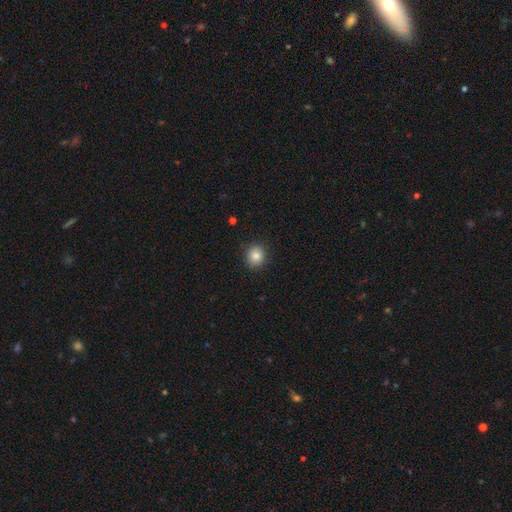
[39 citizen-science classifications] A smooth galaxy with no disk features (90%) that is round (91%). Merging: none (97%).